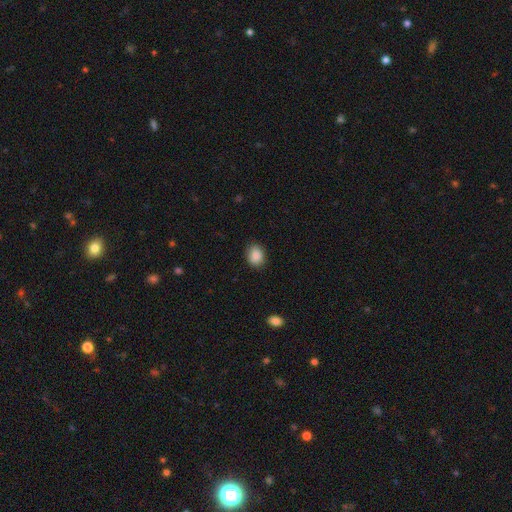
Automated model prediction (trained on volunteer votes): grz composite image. It shows a smooth galaxy with no disk features (88%) that is in between round and cigar-shaped (60%). Merging: none (84%).